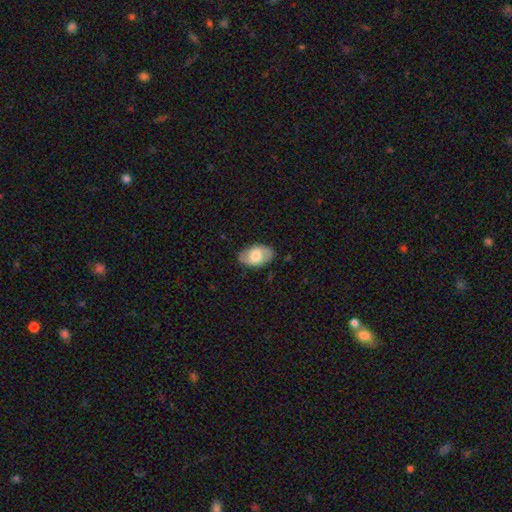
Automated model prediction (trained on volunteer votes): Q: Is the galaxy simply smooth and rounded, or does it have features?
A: smooth — 54%.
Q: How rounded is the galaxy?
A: in between — 91%.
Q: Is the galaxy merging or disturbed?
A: none — 82%.